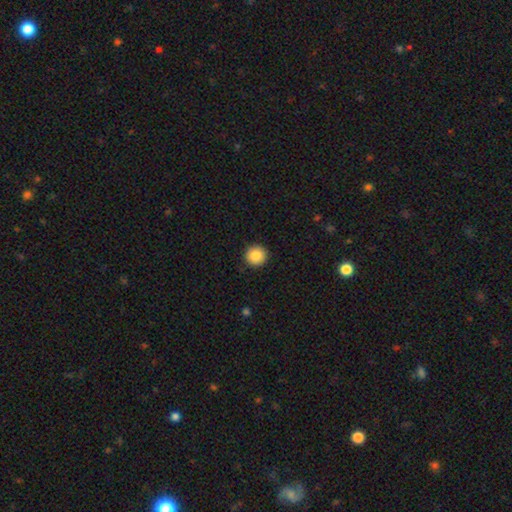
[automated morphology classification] Smooth or featured: smooth — 88% (star or artifact — 8%)
How rounded: round — 93% (in between — 6%)
Merging: none — 92% (minor disturbance — 5%)